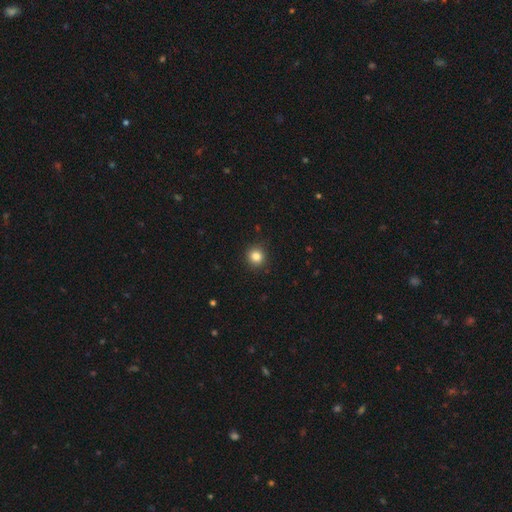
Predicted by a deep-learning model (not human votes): Overall: smooth (83%). How rounded: round (92%). Merging: none (91%).